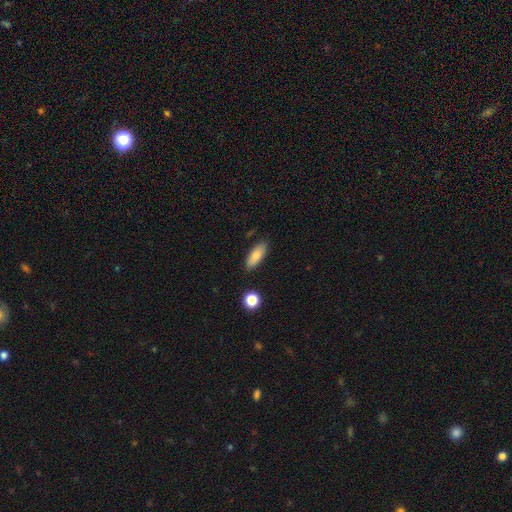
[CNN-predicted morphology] Smooth or featured: smooth — 81% (featured or disk — 12%)
How rounded: in between — 70% (cigar-shaped — 28%)
Merging: none — 85% (minor disturbance — 11%)